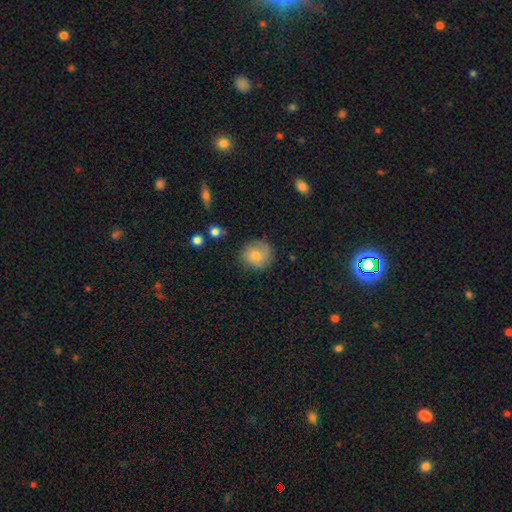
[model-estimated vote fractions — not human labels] smooth_or_featured: smooth (p=0.72) [alt: featured or disk p=0.18]
how_rounded: round (p=0.83) [alt: in between p=0.15]
merging: none (p=0.78) [alt: minor disturbance p=0.16]